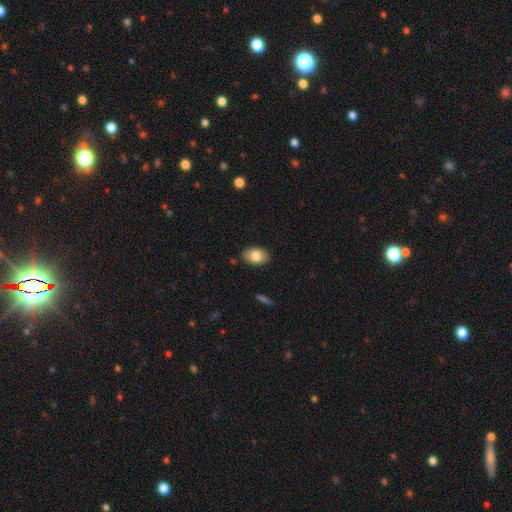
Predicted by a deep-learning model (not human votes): The model was most divided on "smooth or featured": smooth: 81%, featured or disk: 12%, star or artifact: 7%. More confident: merging — none (87%); how rounded — in between (87%).